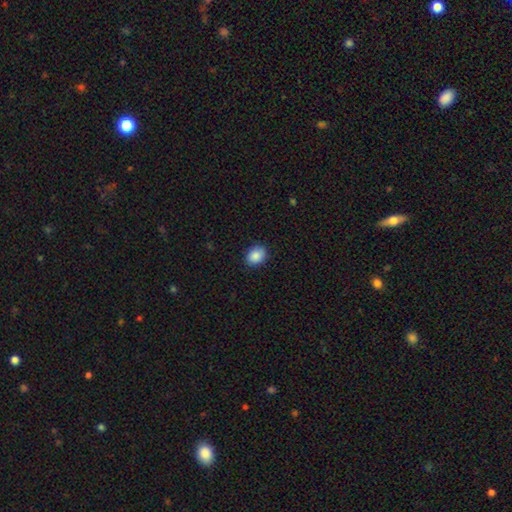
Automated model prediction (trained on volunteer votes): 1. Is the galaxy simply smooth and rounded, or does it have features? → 89% smooth, 8% star or artifact, 4% featured or disk.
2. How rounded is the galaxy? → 61% in between, 38% round, 1% cigar-shaped.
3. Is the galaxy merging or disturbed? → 88% none, 9% minor disturbance, 2% major disturbance, 1% merger.